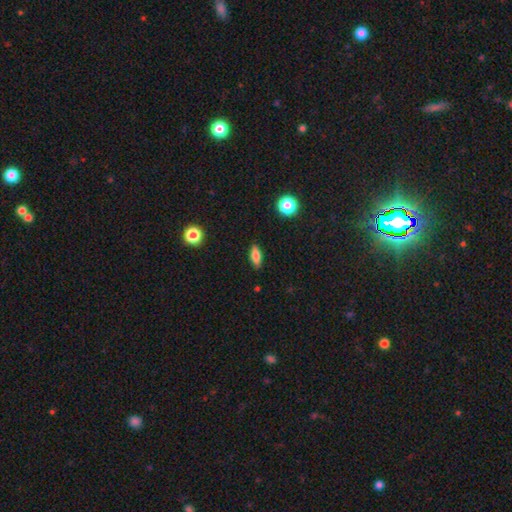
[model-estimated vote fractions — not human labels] Smooth or featured: smooth — 77% (featured or disk — 15%)
How rounded: in between — 75% (cigar-shaped — 20%)
Merging: none — 88% (minor disturbance — 9%)